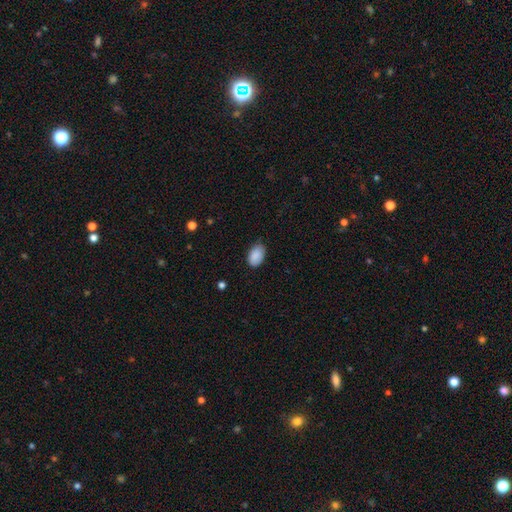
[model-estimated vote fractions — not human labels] smooth_or_featured: smooth (p=0.89) [alt: star or artifact p=0.07]
how_rounded: in between (p=0.91) [alt: round p=0.08]
merging: none (p=0.76) [alt: minor disturbance p=0.20]